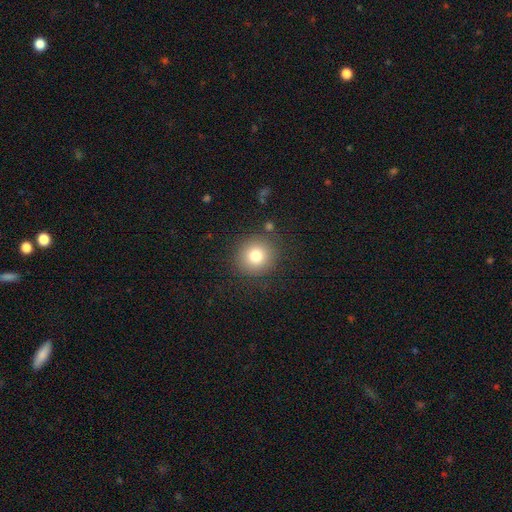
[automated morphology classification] Smooth or featured: smooth — 79% (star or artifact — 11%)
How rounded: round — 92% (in between — 7%)
Merging: none — 86% (minor disturbance — 8%)